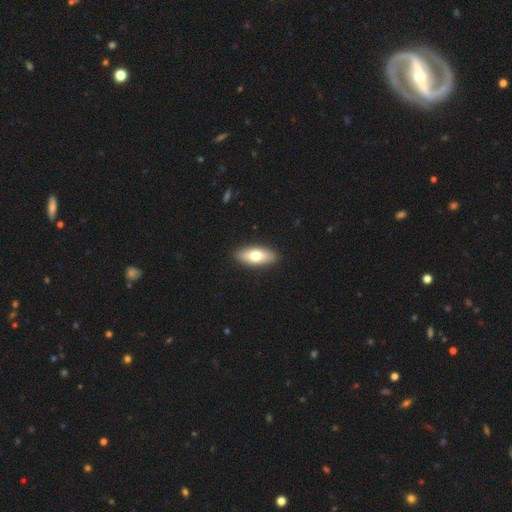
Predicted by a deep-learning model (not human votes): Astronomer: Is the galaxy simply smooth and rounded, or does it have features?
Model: smooth — 70%.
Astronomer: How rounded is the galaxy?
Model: in between — 78%.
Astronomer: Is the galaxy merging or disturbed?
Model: none — 91%.